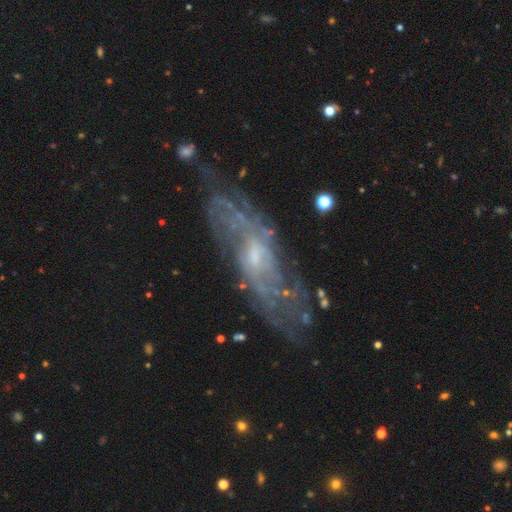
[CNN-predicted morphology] A featured or disk galaxy (81%) with a weak bar (46%), medium (40%) spiral arms (83%) and a small central bulge (54%). Merging: none (65%).